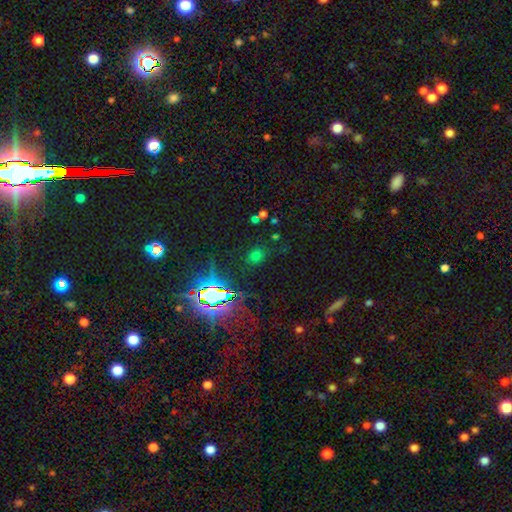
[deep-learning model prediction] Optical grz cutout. It shows a smooth galaxy with no disk features (50%). Merging: none (81%).